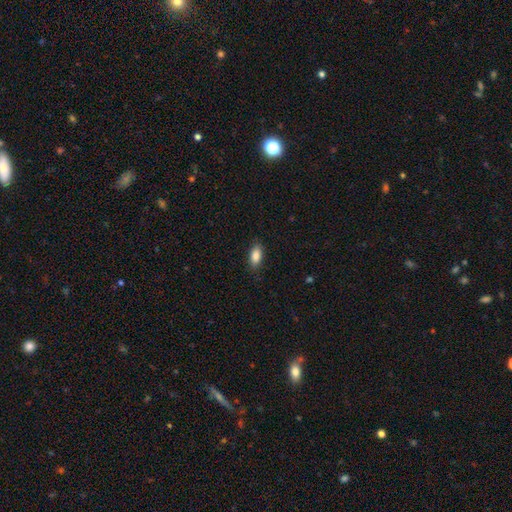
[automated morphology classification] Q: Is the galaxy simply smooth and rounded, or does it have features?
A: smooth — 87%.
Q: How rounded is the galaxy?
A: in between — 88%.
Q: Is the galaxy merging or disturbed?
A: none — 84%.